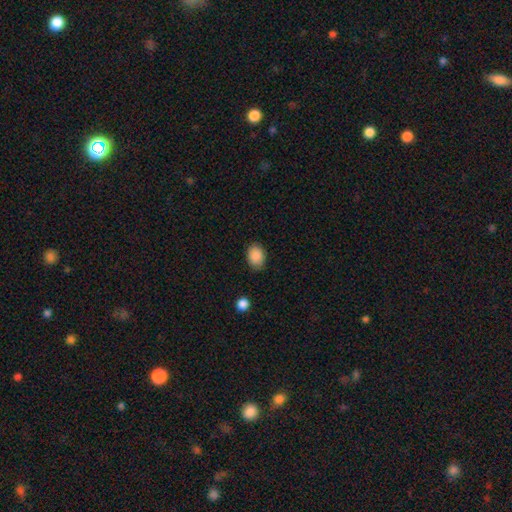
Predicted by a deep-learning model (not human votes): Smooth or featured: smooth — 89% (star or artifact — 8%)
How rounded: in between — 69% (round — 30%)
Merging: none — 81% (minor disturbance — 14%)